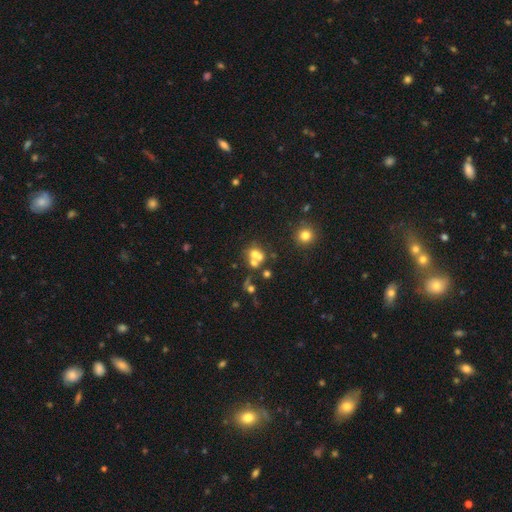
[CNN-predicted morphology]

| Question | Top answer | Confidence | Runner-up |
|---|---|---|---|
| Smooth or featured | smooth | 55% | featured or disk (25%) |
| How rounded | round | 66% | in between (33%) |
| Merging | merger | 53% | none (32%) |